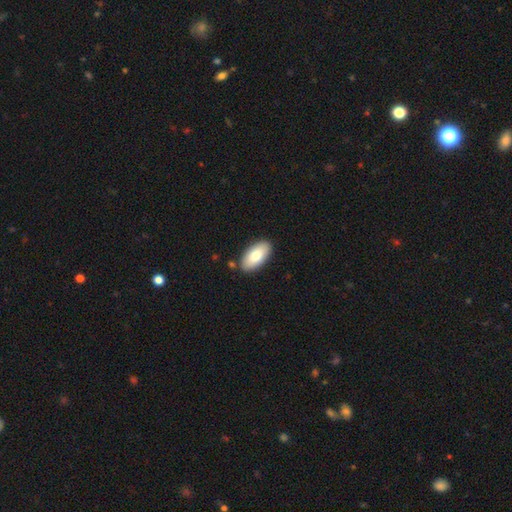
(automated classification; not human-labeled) Q: Smooth or featured?
A: smooth (79%); runner-up: featured or disk (15%)
Q: How rounded?
A: in between (93%); runner-up: cigar-shaped (5%)
Q: Merging?
A: none (86%); runner-up: minor disturbance (9%)